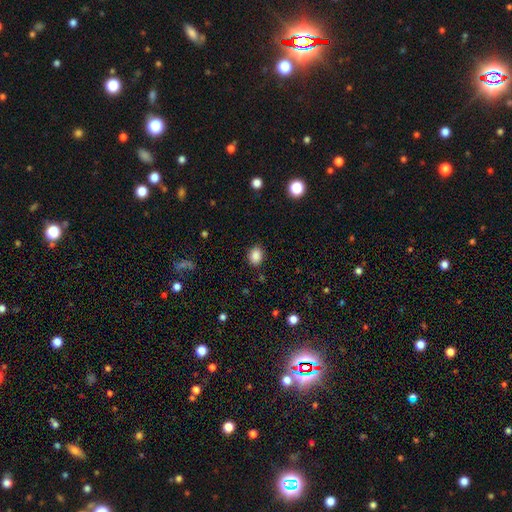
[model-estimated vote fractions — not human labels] The model was most divided on "how rounded": in between: 53%, round: 46%, cigar-shaped: 1%. More confident: smooth or featured — smooth (87%); merging — none (86%).